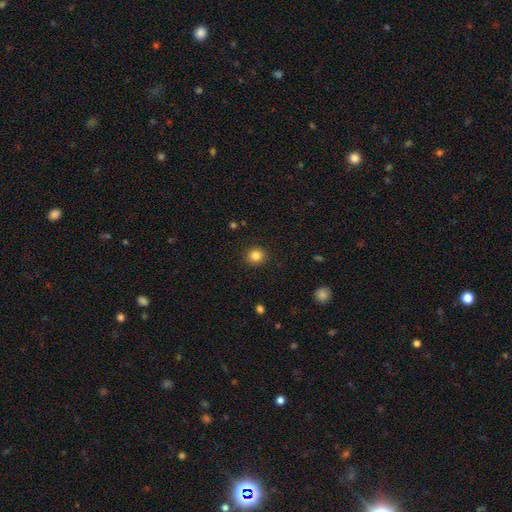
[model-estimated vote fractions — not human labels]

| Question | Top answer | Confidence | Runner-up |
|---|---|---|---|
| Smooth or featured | smooth | 84% | star or artifact (11%) |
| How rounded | round | 85% | in between (14%) |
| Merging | none | 91% | minor disturbance (6%) |